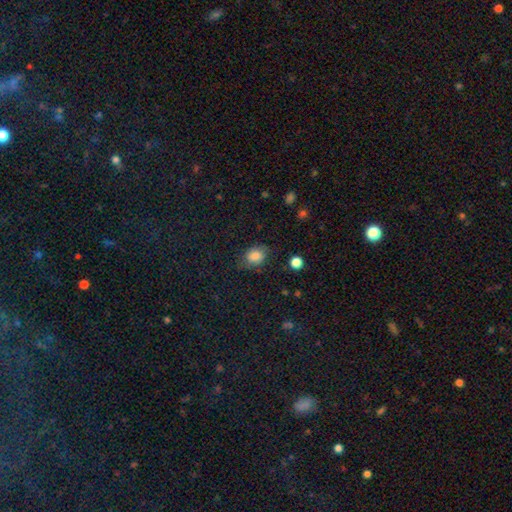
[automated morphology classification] Overall: smooth (79%). How rounded: in between (65%; round 34%). Merging: none (68%).